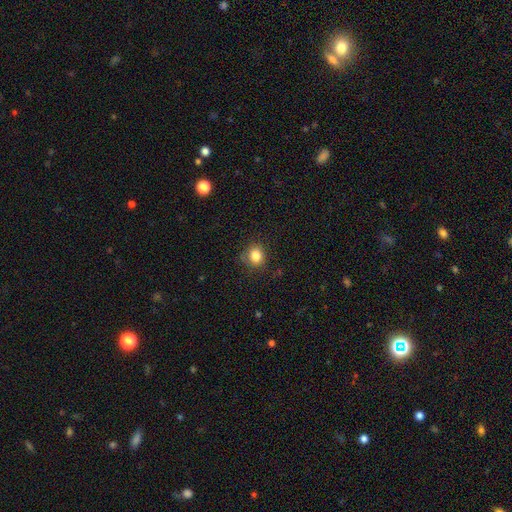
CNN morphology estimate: Smooth or featured: smooth — 82% (star or artifact — 12%)
How rounded: round — 81% (in between — 18%)
Merging: none — 81% (minor disturbance — 14%)